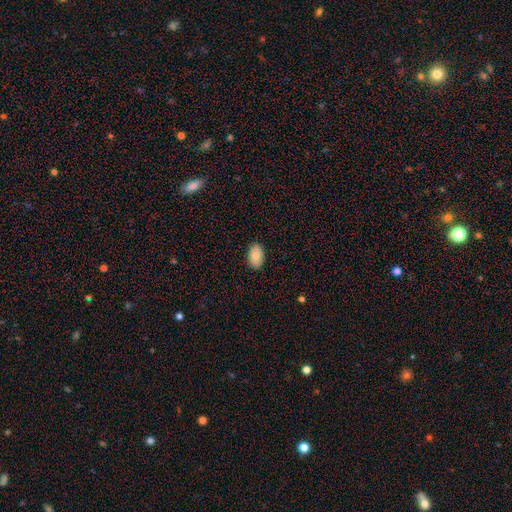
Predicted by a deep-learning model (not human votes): A smooth galaxy with no disk features (86%) that is in between round and cigar-shaped (92%).

Vote fractions:
- Smooth or featured? smooth: 86% / featured or disk: 8% / star or artifact: 7%
- How rounded? in between: 92% / round: 6% / cigar-shaped: 1%
- Merging? none: 88% / minor disturbance: 9% / major disturbance: 2% / merger: 1%